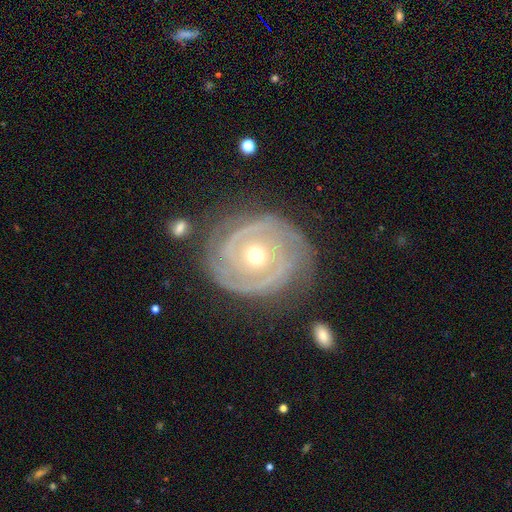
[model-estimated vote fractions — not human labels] Smooth or featured? Predicted: featured or disk (p=0.90). Edge-on disk? Predicted: no (p=0.97). Bar? Predicted: no (p=0.77). Spiral arms? Predicted: yes (p=0.96). Spiral winding? Predicted: tight (p=0.78). Spiral arm count? Predicted: 2 (p=0.47). Bulge size? Predicted: moderate (p=0.55). Merging? Predicted: none (p=0.76).